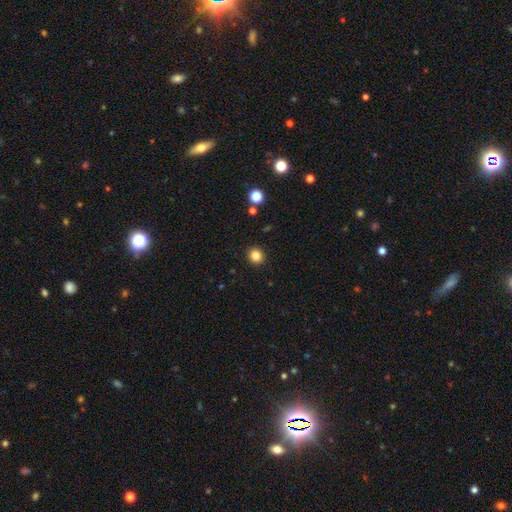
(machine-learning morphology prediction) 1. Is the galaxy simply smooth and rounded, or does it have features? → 85% smooth, 11% star or artifact, 4% featured or disk.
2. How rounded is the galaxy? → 88% round, 11% in between, 1% cigar-shaped.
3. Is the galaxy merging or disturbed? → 92% none, 5% minor disturbance, 2% major disturbance, 1% merger.